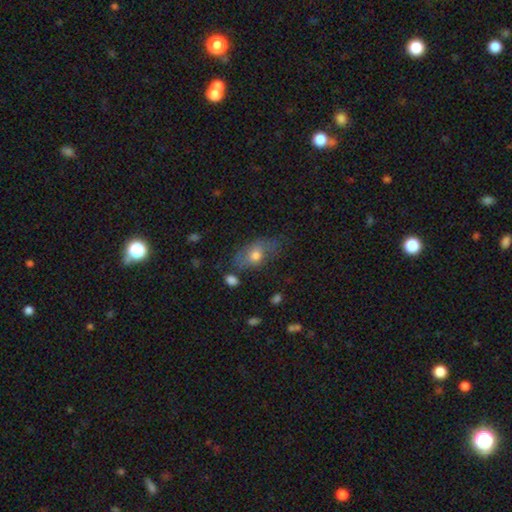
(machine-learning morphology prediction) Q: Smooth or featured?
A: smooth (59%); runner-up: featured or disk (29%)
Q: How rounded?
A: in between (79%); runner-up: round (15%)
Q: Merging?
A: none (61%); runner-up: minor disturbance (25%)